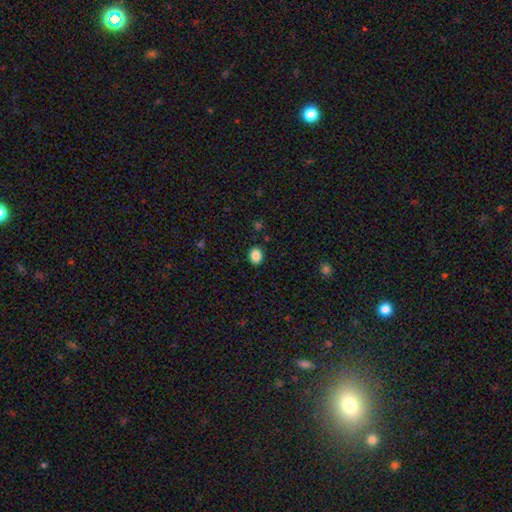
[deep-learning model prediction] The model was most divided on "how rounded": in between: 55%, round: 44%, cigar-shaped: 1%. More confident: merging — none (89%); smooth or featured — smooth (87%).